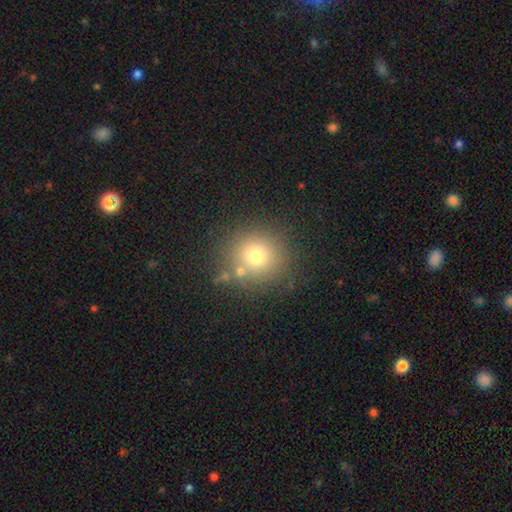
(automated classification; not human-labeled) Smooth or featured: smooth — 72% (star or artifact — 16%)
How rounded: round — 91% (in between — 8%)
Merging: none — 78% (minor disturbance — 10%)